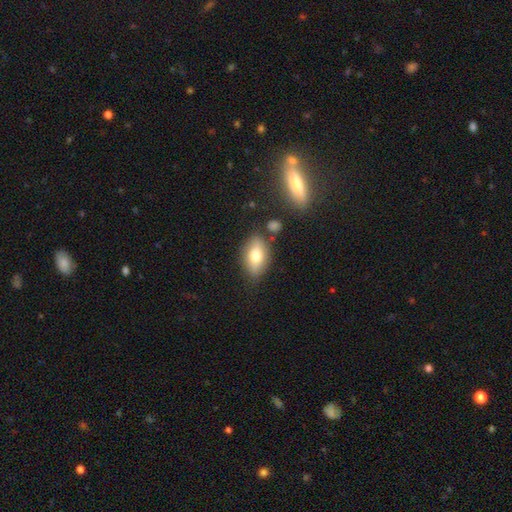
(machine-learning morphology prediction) A smooth galaxy with no disk features (68%) that is in between round and cigar-shaped (86%).

Vote fractions:
- Smooth or featured? smooth: 68% / featured or disk: 23% / star or artifact: 8%
- How rounded? in between: 86% / round: 9% / cigar-shaped: 5%
- Merging? none: 76% / minor disturbance: 15% / merger: 5% / major disturbance: 4%